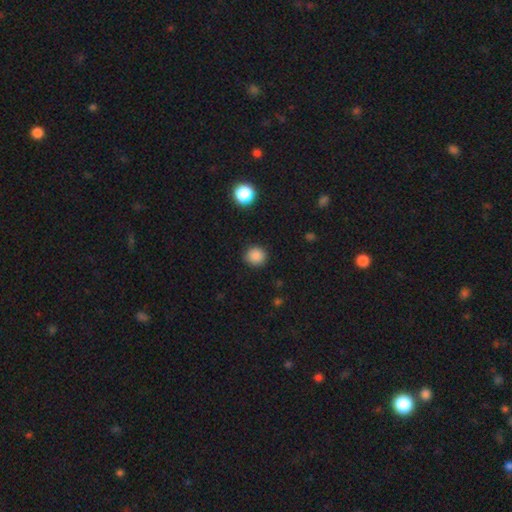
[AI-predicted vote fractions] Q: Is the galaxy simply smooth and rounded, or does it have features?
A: smooth — 87%.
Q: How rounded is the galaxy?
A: round — 90%.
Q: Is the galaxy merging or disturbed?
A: none — 88%.